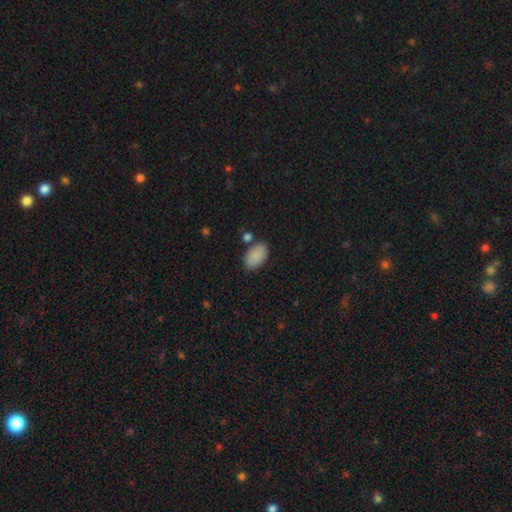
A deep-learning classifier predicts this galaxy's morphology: Smooth or featured?
  - smooth: 89% *
  - star or artifact: 7%
  - featured or disk: 4%
How rounded?
  - in between: 94% *
  - round: 5%
  - cigar-shaped: 1%
Merging?
  - none: 78% *
  - minor disturbance: 12%
  - merger: 6%
  - major disturbance: 3%